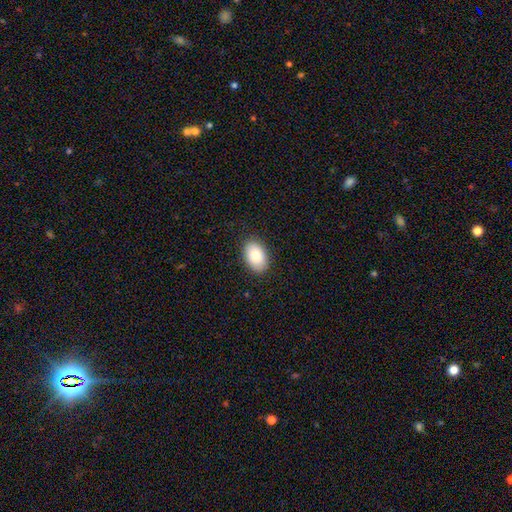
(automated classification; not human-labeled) This is clearly a smooth galaxy (86%). How rounded: clearly in between (91%). Merging: clearly none (88%).